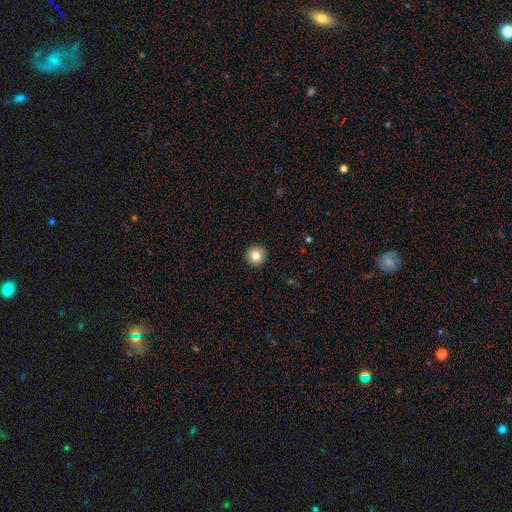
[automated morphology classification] smooth 82%, star or artifact 10%, featured or disk 8%. Down the decision tree: how rounded — round (96%); merging — none (93%).